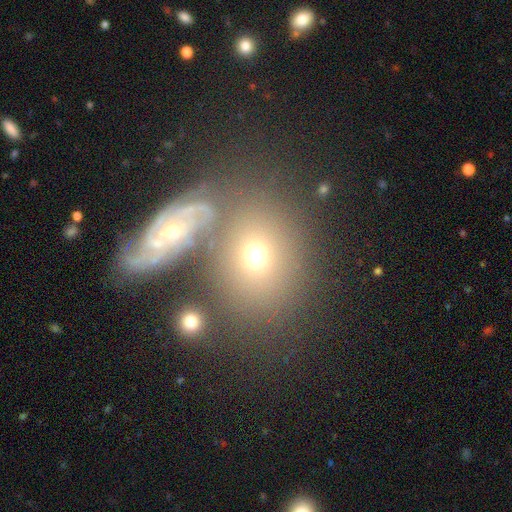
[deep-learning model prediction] Smooth or featured? Predicted: smooth (p=0.56). How rounded? Predicted: round (p=0.53). Merging? Predicted: none (p=0.59).